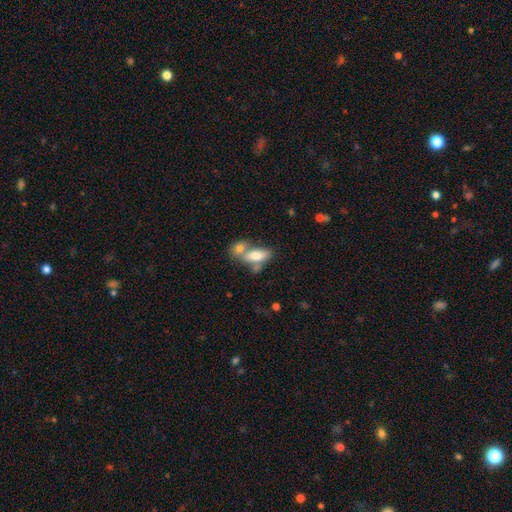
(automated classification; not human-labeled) The model was most divided on "merging": merger: 54%, none: 30%, minor disturbance: 10%, major disturbance: 5%. More confident: how rounded — in between (79%); smooth or featured — smooth (74%).